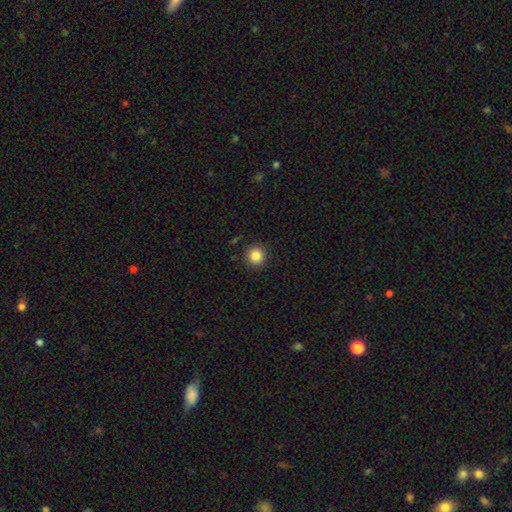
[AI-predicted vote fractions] Smooth or featured? Predicted: smooth (p=0.86). How rounded? Predicted: round (p=0.94). Merging? Predicted: none (p=0.90).